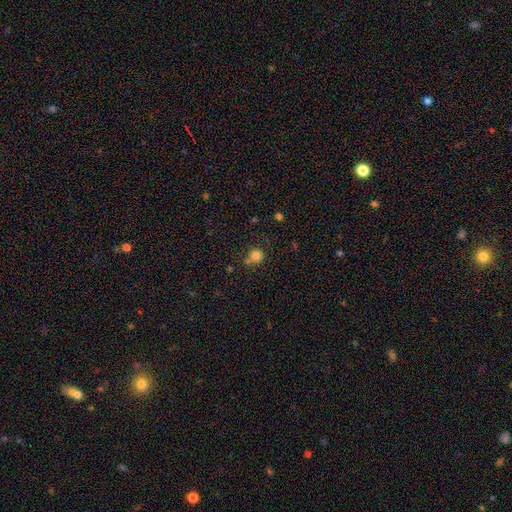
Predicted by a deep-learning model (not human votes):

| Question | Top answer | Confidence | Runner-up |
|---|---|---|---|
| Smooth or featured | smooth | 81% | star or artifact (13%) |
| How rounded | round | 91% | in between (9%) |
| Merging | none | 65% | merger (20%) |